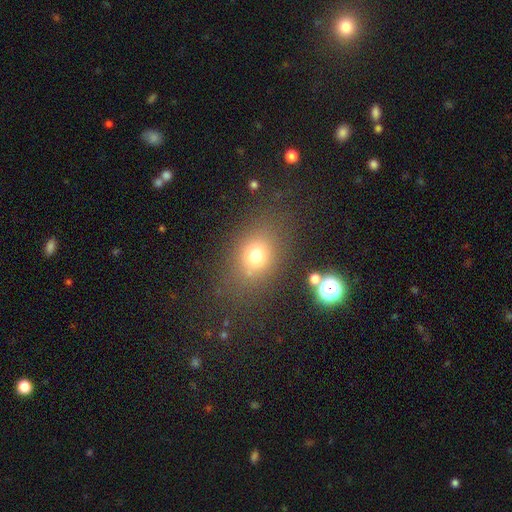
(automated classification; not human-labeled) The model was most divided on "how rounded": in between: 59%, round: 40%, cigar-shaped: 2%. More confident: merging — none (75%); smooth or featured — smooth (71%).